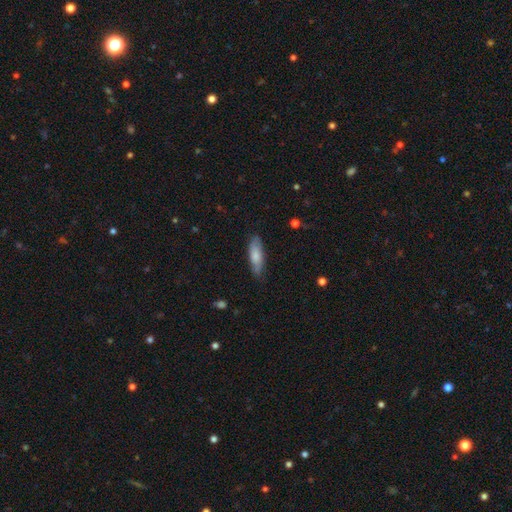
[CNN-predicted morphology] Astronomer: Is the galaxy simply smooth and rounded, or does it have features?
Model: smooth — 73%.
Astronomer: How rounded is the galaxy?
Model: in between — 55% (runner-up: cigar-shaped, 44%).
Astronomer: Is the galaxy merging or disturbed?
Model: none — 74%.